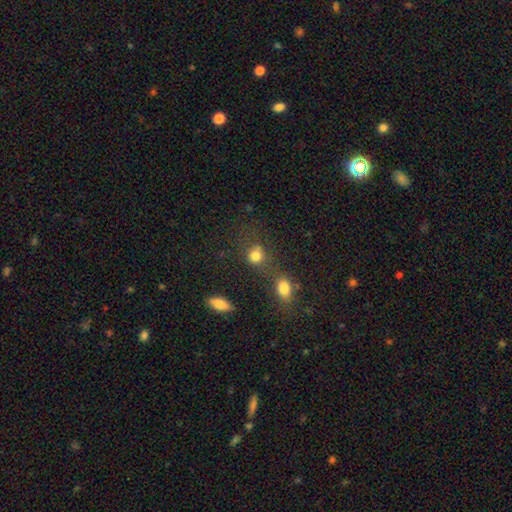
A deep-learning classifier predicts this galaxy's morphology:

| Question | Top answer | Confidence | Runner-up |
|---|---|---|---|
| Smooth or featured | smooth | 80% | star or artifact (13%) |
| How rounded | round | 75% | in between (24%) |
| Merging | none | 51% | merger (28%) |